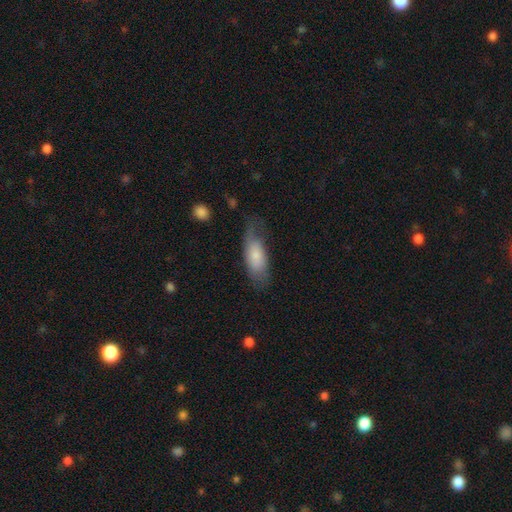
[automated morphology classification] Q: Smooth or featured?
A: smooth (72%); runner-up: featured or disk (22%)
Q: How rounded?
A: in between (78%); runner-up: cigar-shaped (19%)
Q: Merging?
A: none (55%); runner-up: minor disturbance (29%)